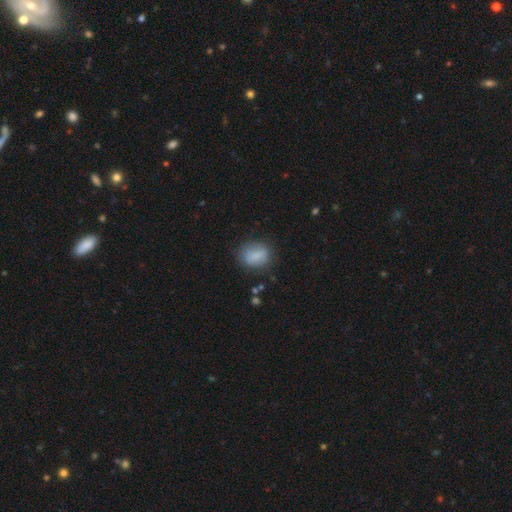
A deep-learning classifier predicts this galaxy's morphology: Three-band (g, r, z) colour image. It shows a smooth galaxy with no disk features (81%) that is in between round and cigar-shaped (50%). Merging: none (74%).